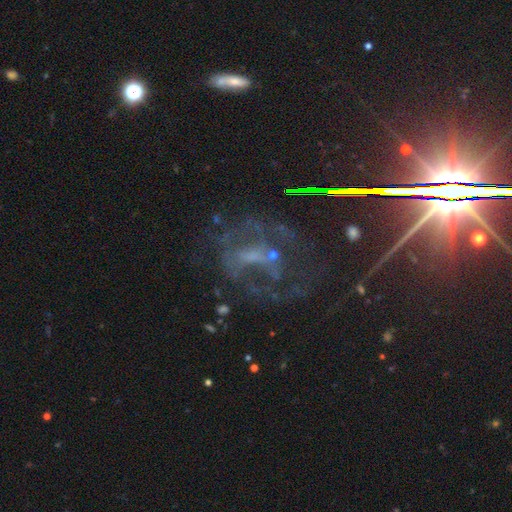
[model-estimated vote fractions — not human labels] Overall: featured or disk (55%; star or artifact 35%). Edge-on disk: no (94%). Bar: no (49%; weak 32%). Spiral arms: yes (62%; no 38%). Bulge size: none (41%; small 37%). Merging: none (51%; major disturbance 28%).